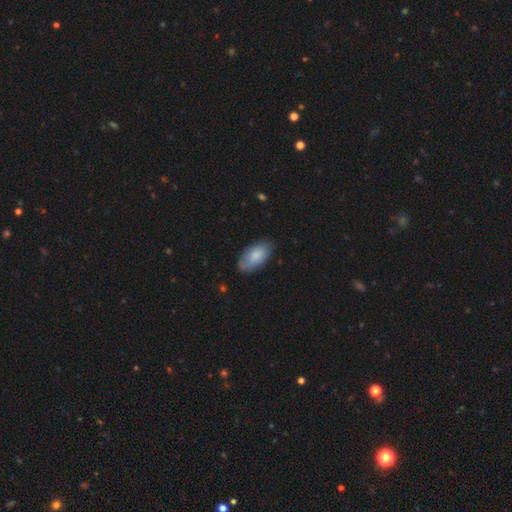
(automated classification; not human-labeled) Overall: smooth (79%). How rounded: in between (94%). Merging: none (74%).